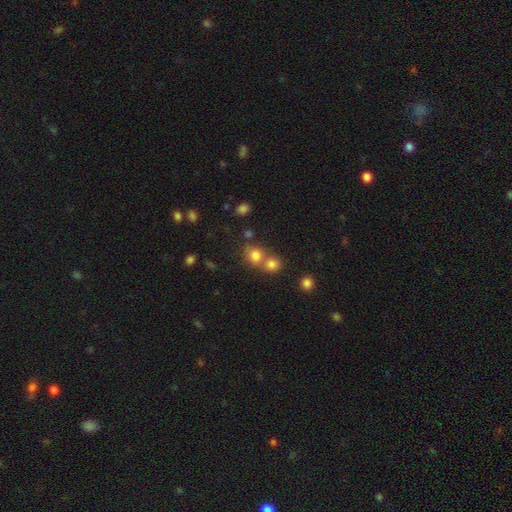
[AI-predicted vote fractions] smooth_or_featured: smooth (p=0.78) [alt: star or artifact p=0.14]
how_rounded: round (p=0.78) [alt: in between p=0.21]
merging: none (p=0.47) [alt: merger p=0.42]